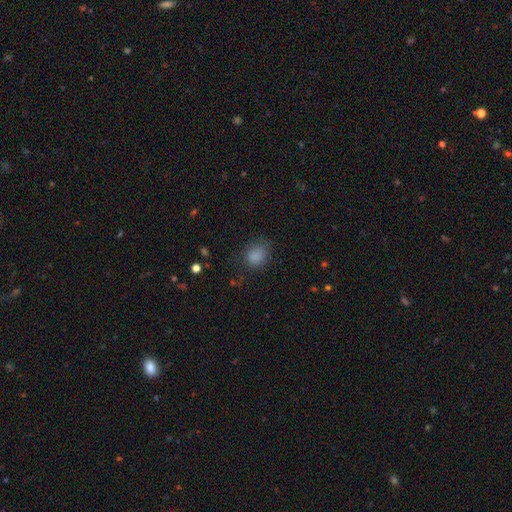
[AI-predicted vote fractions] A smooth galaxy with no disk features (84%) that is round (66%). Merging: none (74%).